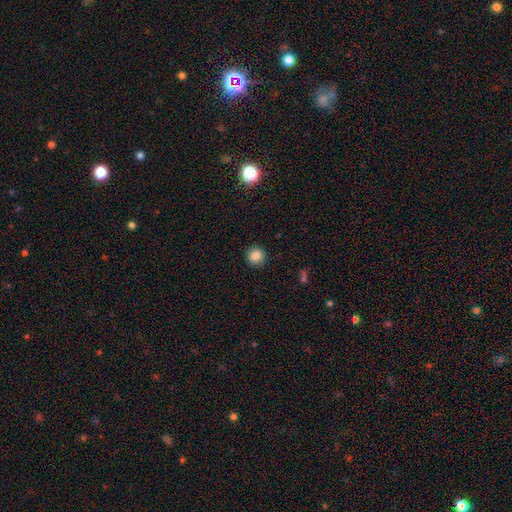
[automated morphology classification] A smooth galaxy with no disk features (85%) that is round (89%).

Vote fractions:
- Smooth or featured? smooth: 85% / star or artifact: 10% / featured or disk: 5%
- How rounded? round: 89% / in between: 10% / cigar-shaped: 1%
- Merging? none: 90% / minor disturbance: 6% / major disturbance: 2% / merger: 1%